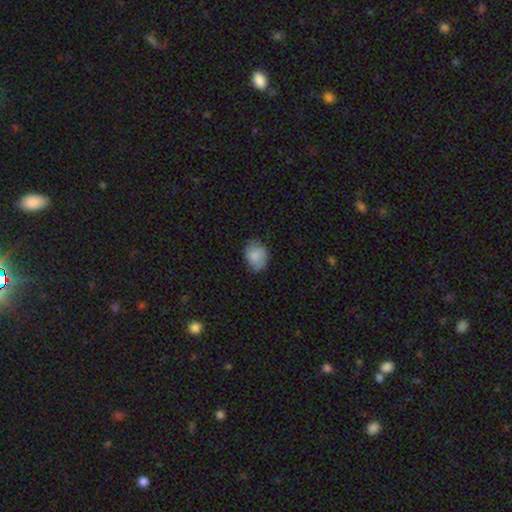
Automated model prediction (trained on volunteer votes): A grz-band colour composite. It shows a smooth galaxy with no disk features (81%) that is in between round and cigar-shaped (61%). Merging: none (68%).